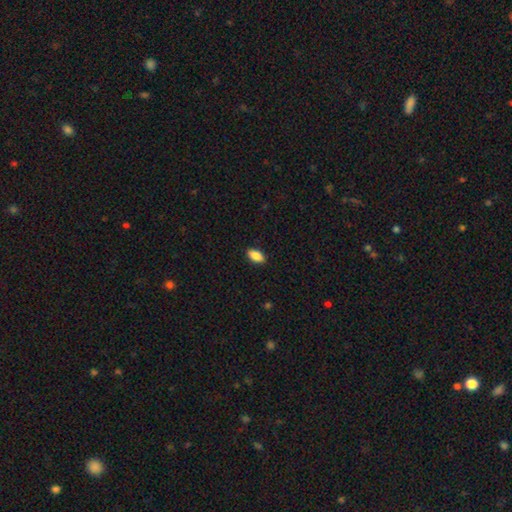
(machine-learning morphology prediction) This appears to be a smooth galaxy with no disk features (86%) that is in between round and cigar-shaped (89%). Merging: none (89%).